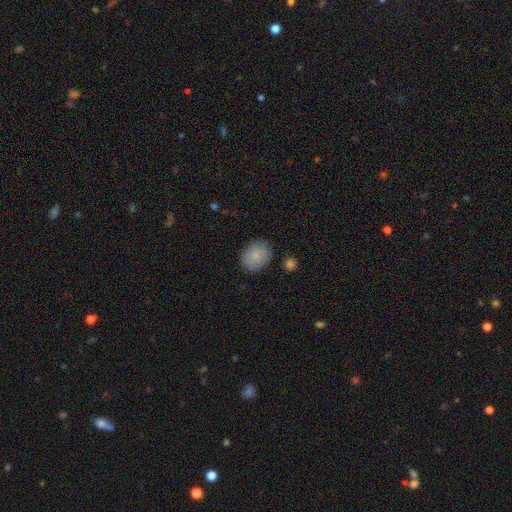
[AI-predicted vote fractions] Smooth or featured? Predicted: smooth (p=0.85). How rounded? Predicted: in between (p=0.59). Merging? Predicted: none (p=0.82).